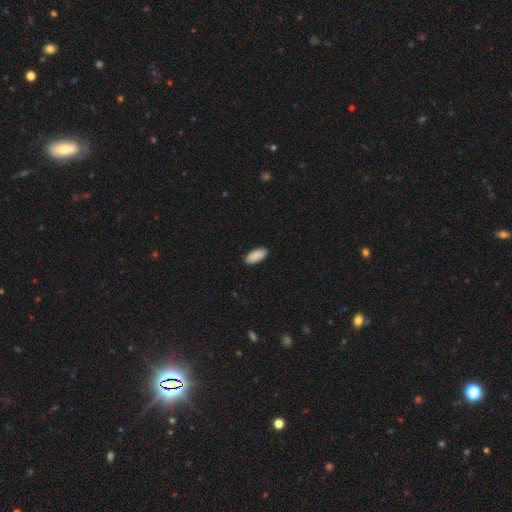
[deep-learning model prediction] smooth_or_featured: smooth (p=0.91) [alt: star or artifact p=0.06]
how_rounded: in between (p=0.91) [alt: cigar-shaped p=0.07]
merging: none (p=0.89) [alt: minor disturbance p=0.08]